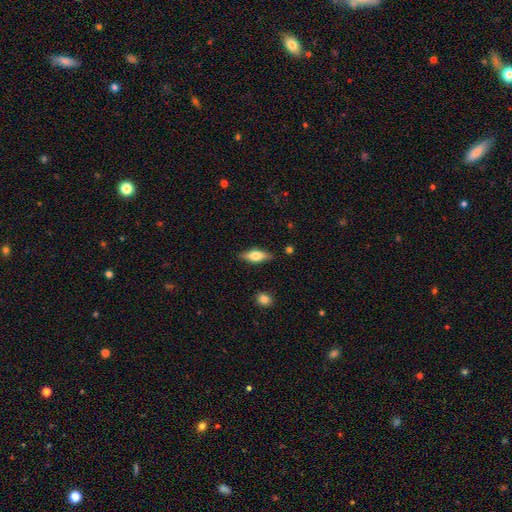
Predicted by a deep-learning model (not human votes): Morphology: type=smooth (54%); roundness=in between (61%); merging=none (85%).